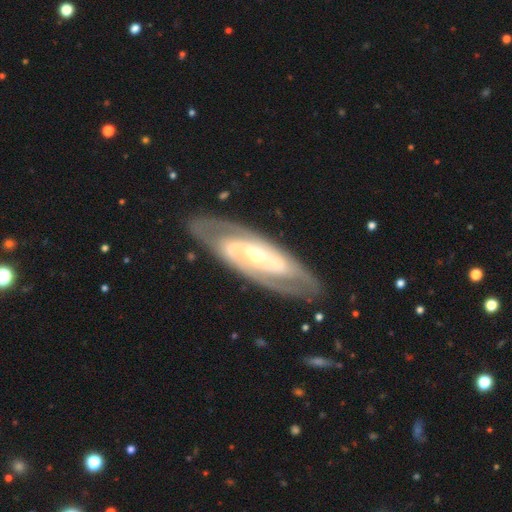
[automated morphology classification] This is clearly a featured or disk galaxy (85%). It is clearly not viewed edge-on (88%). Bar: possibly no (46%). Spiral arm pattern: clearly yes (87%). Spiral arm count: likely 2 (71%). Spiral winding: possibly tight (53%). Central bulge: possibly small (55%). Merging: clearly none (82%).